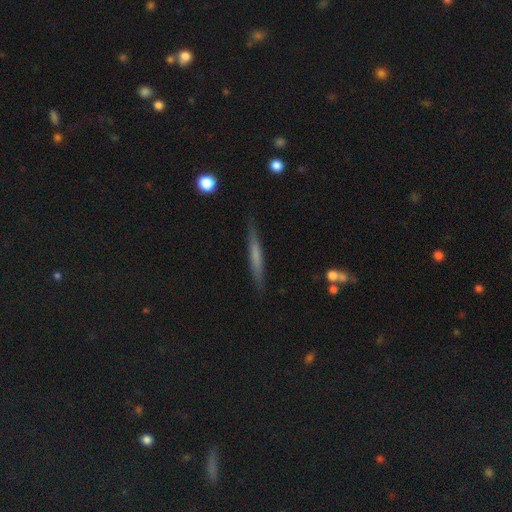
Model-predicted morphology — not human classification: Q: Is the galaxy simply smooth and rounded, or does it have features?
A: smooth — 52%.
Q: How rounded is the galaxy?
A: cigar-shaped — 95%.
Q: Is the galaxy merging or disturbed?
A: none — 87%.